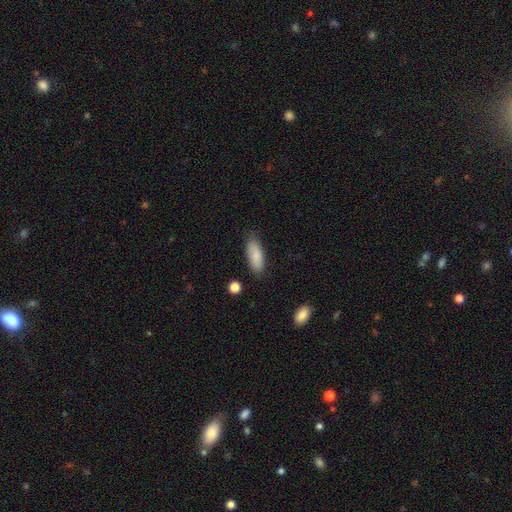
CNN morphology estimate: This is clearly a smooth galaxy (86%). How rounded: likely in between (75%). Merging: likely none (80%).